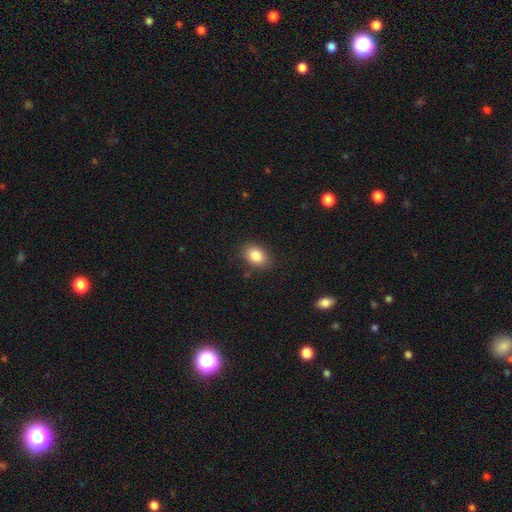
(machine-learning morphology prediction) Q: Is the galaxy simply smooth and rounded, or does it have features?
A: smooth — 85%.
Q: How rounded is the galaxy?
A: in between — 79%.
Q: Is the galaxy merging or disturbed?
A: none — 85%.